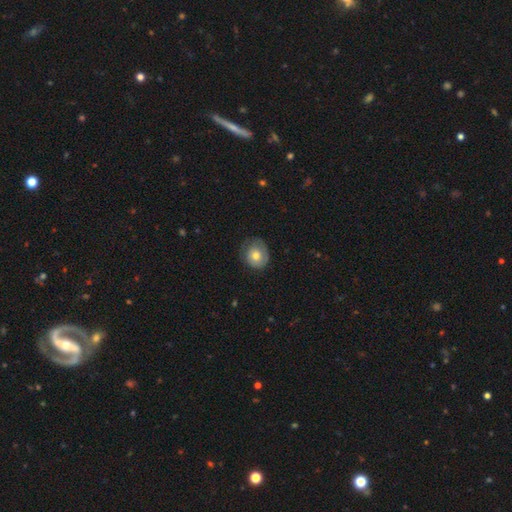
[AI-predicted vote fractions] Morphology: type=smooth (63%); roundness=round (79%); merging=none (67%).